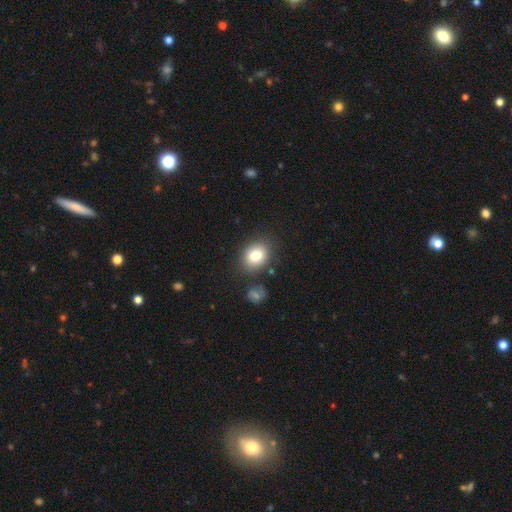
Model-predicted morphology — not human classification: Smooth or featured? smooth (80%)
How rounded? round (50%)
Merging? none (79%)